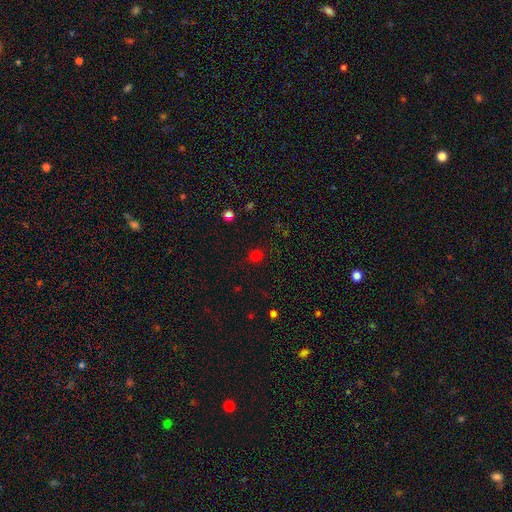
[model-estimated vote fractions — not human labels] Q: Smooth or featured?
A: smooth (72%); runner-up: star or artifact (23%)
Q: How rounded?
A: round (83%); runner-up: in between (16%)
Q: Merging?
A: none (86%); runner-up: minor disturbance (9%)